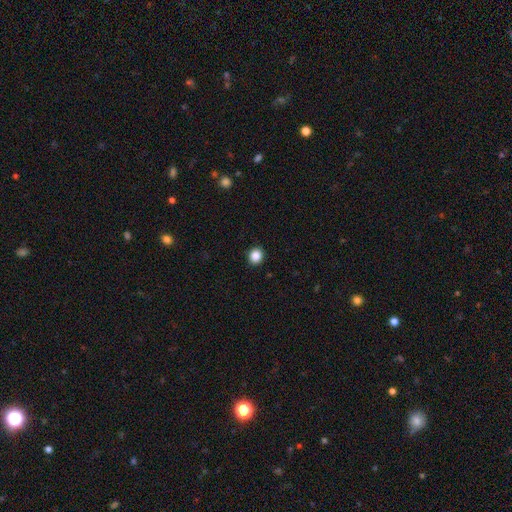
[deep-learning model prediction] Smooth or featured? smooth (87%)
How rounded? round (84%)
Merging? none (93%)